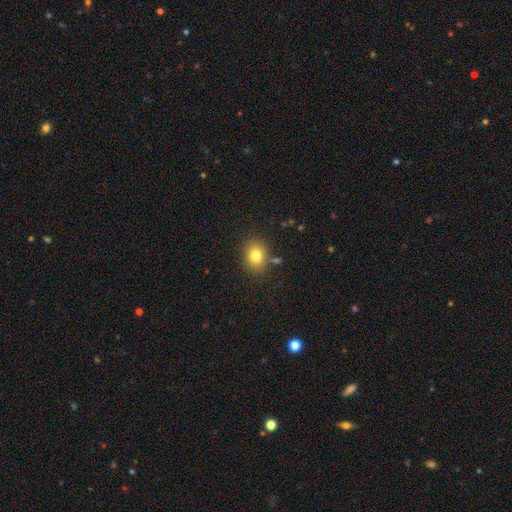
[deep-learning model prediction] smooth_or_featured: smooth (p=0.79) [alt: star or artifact p=0.11]
how_rounded: round (p=0.54) [alt: in between p=0.45]
merging: none (p=0.81) [alt: minor disturbance p=0.11]